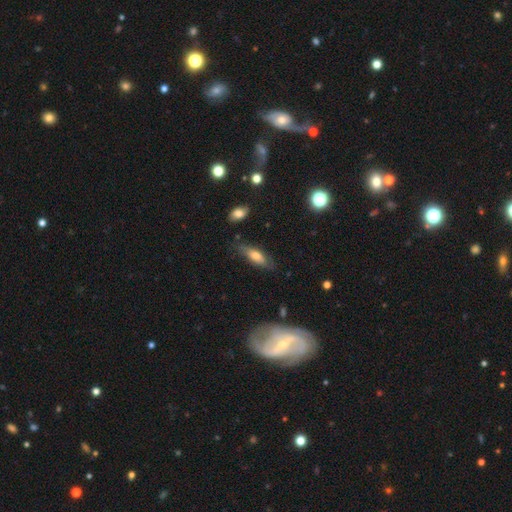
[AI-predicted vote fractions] Morphology: type=smooth (67%); roundness=in between (63%); merging=none (70%).